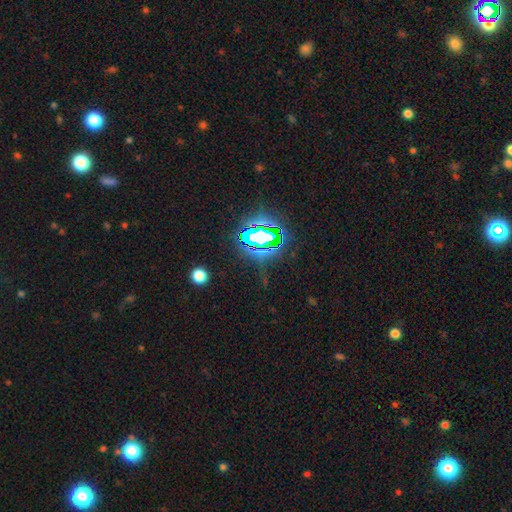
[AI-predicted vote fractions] This appears to be a star or artifact, not a galaxy (77%).